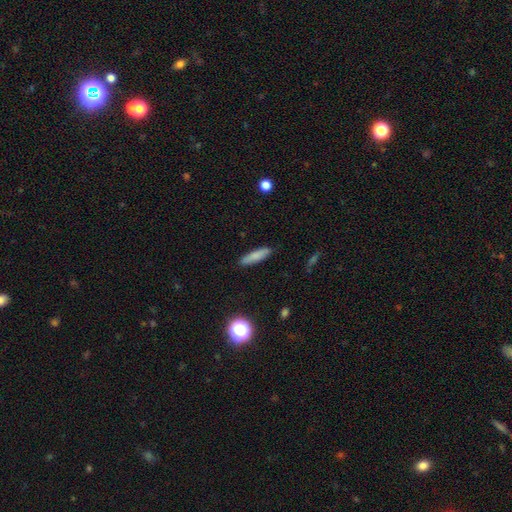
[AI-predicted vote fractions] This appears to be a smooth galaxy with no disk features (81%) that is cigar-shaped (75%). Merging: none (88%).